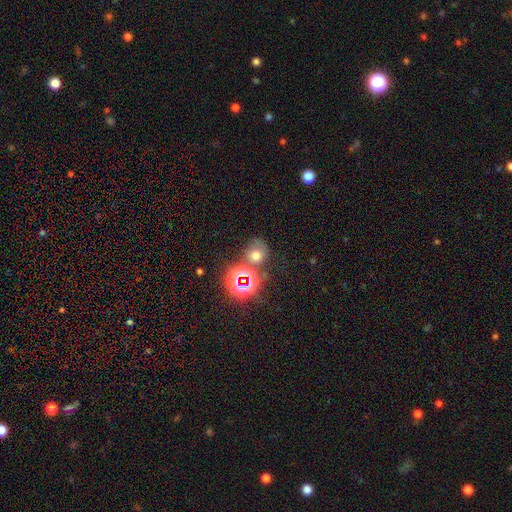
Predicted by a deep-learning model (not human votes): smooth-or-featured: smooth: 57% | star or artifact: 30% | featured or disk: 13%
  how-rounded: round: 72% | in between: 26% | cigar-shaped: 1%
  merging: none: 54% | merger: 21% | minor disturbance: 16% | major disturbance: 10%